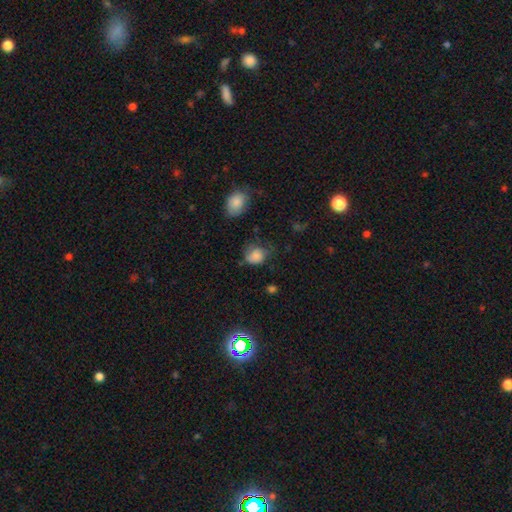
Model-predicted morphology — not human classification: The model was most divided on "merging": none: 44%, minor disturbance: 33%, major disturbance: 19%, merger: 4%. More confident: smooth or featured — smooth (78%); how rounded — round (63%).